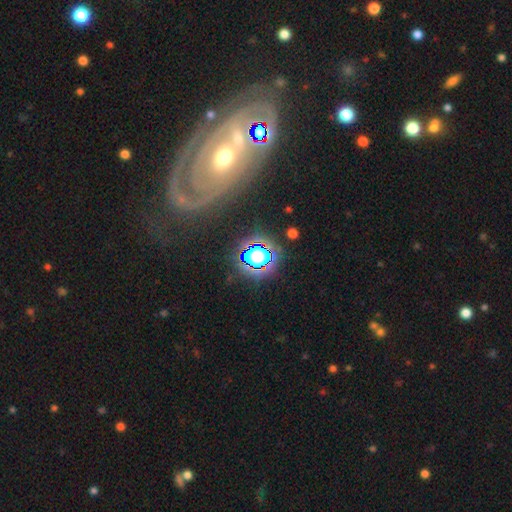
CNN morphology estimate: This appears to be a featured or disk galaxy (47%). Merging: none (70%).